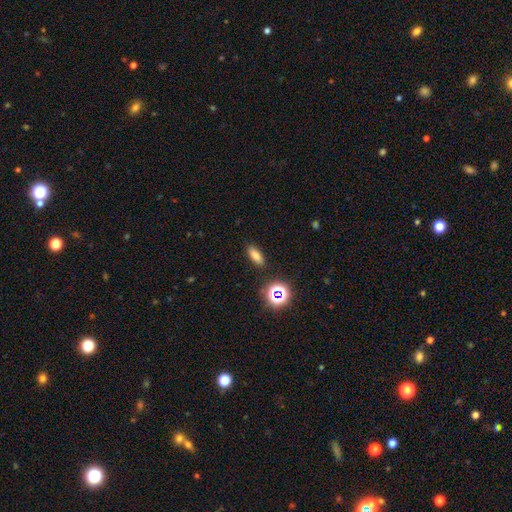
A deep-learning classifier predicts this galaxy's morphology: type=smooth (76%); roundness=in between (67%); merging=none (88%).